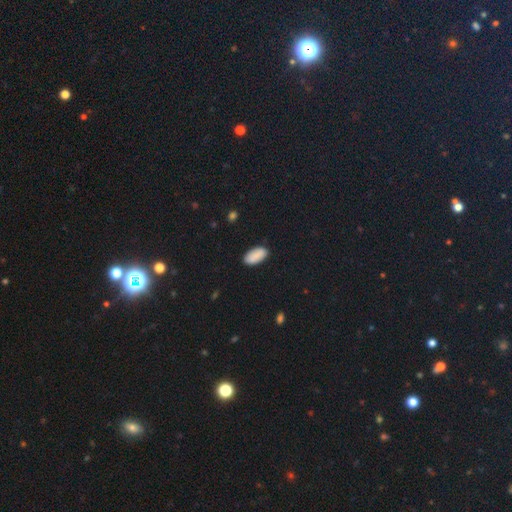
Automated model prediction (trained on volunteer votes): Smooth or featured: smooth — 90% (star or artifact — 7%)
How rounded: in between — 94% (cigar-shaped — 4%)
Merging: none — 89% (minor disturbance — 8%)